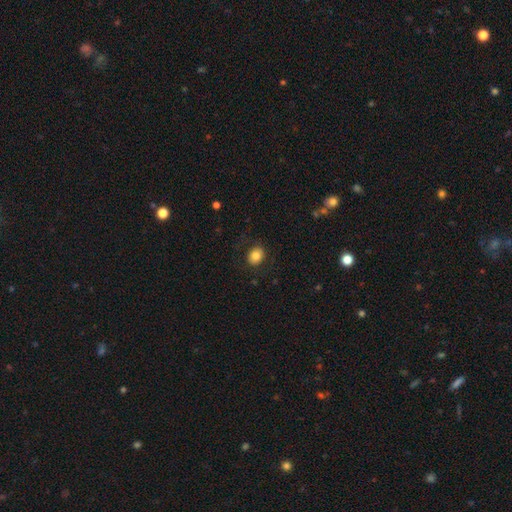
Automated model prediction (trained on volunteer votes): This is clearly a smooth galaxy (81%). How rounded: possibly round (55%). Merging: clearly none (85%).